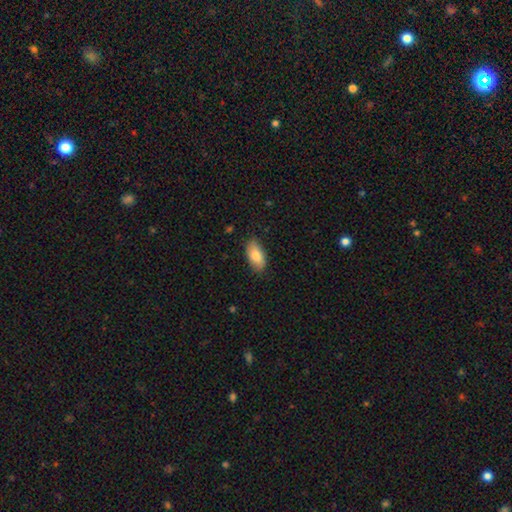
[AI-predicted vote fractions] Smooth or featured? Predicted: smooth (p=0.83). How rounded? Predicted: in between (p=0.92). Merging? Predicted: none (p=0.83).